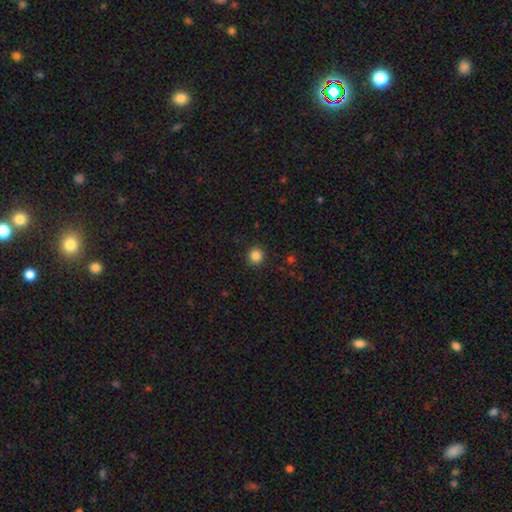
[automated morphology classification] A smooth galaxy with no disk features (85%) that is round (93%).

Vote fractions:
- Smooth or featured? smooth: 85% / star or artifact: 11% / featured or disk: 3%
- How rounded? round: 93% / in between: 6% / cigar-shaped: 1%
- Merging? none: 92% / minor disturbance: 5% / major disturbance: 2% / merger: 1%